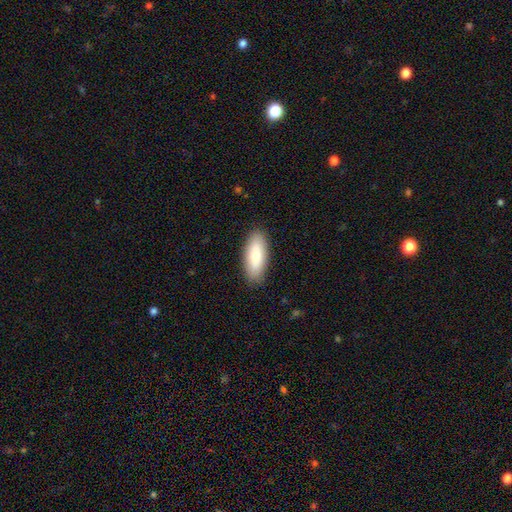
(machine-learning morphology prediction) Smooth or featured? Predicted: smooth (p=0.80). How rounded? Predicted: in between (p=0.75). Merging? Predicted: none (p=0.88).